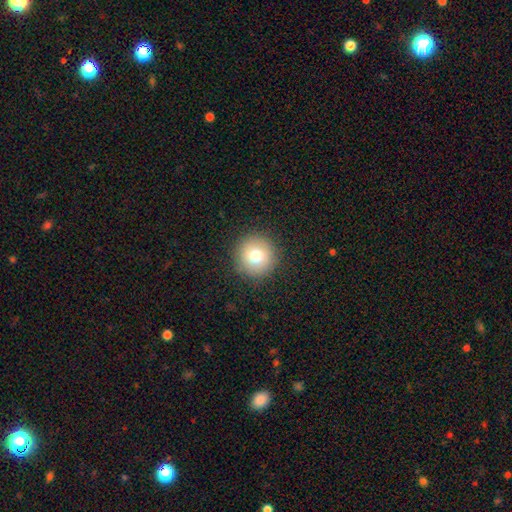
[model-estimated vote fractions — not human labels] The model was most divided on "smooth or featured": smooth: 75%, featured or disk: 14%, star or artifact: 12%. More confident: how rounded — round (96%); merging — none (91%).